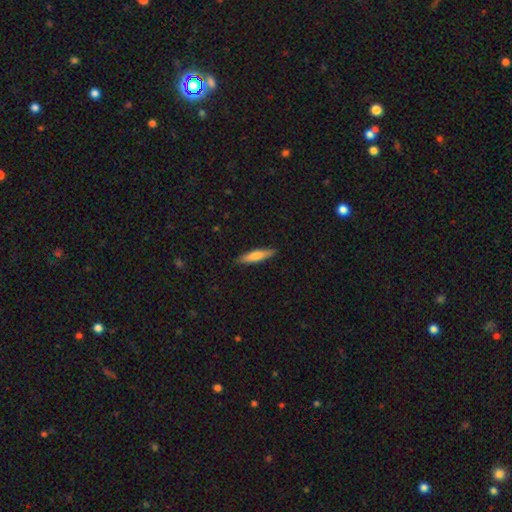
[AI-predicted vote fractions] Smooth or featured? Predicted: smooth (p=0.70). How rounded? Predicted: cigar-shaped (p=0.80). Merging? Predicted: none (p=0.89).